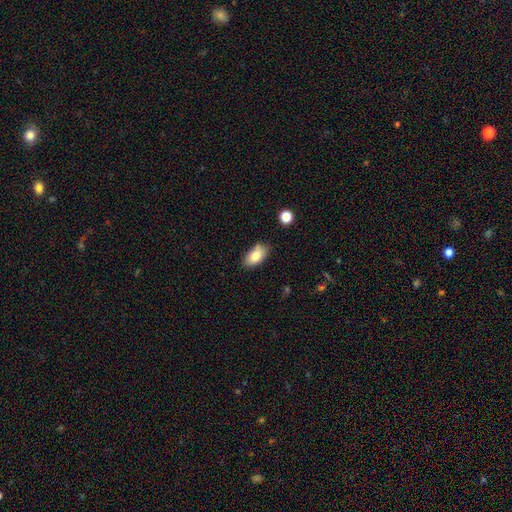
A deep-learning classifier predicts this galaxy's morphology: type=smooth (83%); roundness=in between (92%); merging=none (75%).